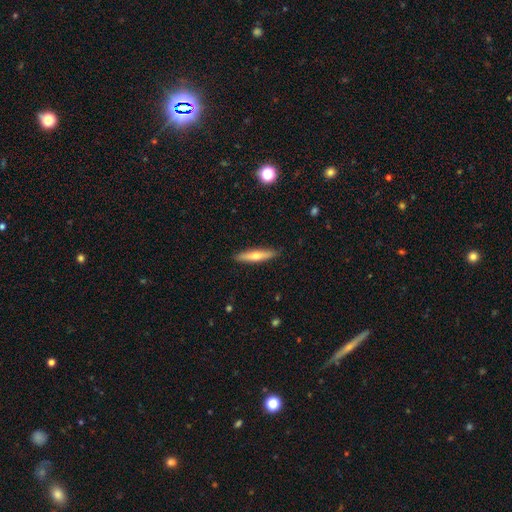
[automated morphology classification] This appears to be a smooth galaxy with no disk features (49%). Merging: none (90%).